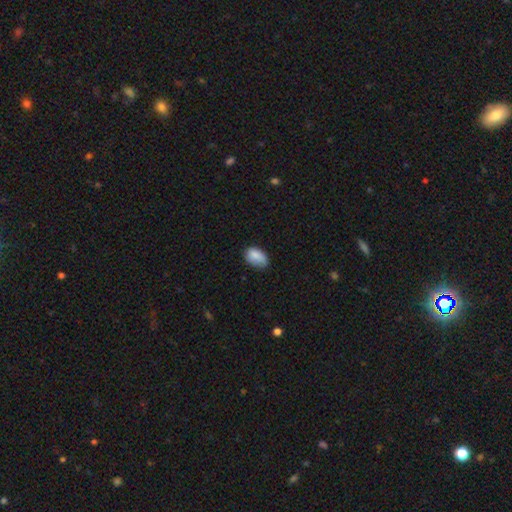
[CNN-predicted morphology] Overall: smooth (85%). How rounded: in between (89%). Merging: none (56%; minor disturbance 35%).